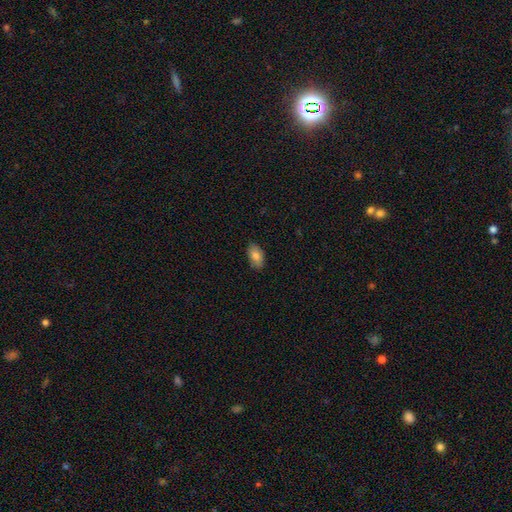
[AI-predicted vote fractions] A smooth galaxy with no disk features (82%) that is in between round and cigar-shaped (93%). Merging: none (83%).